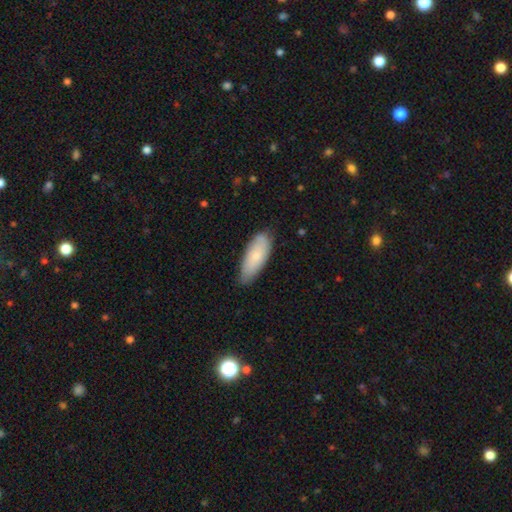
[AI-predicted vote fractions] Overall: smooth (76%). How rounded: in between (76%). Merging: none (73%).